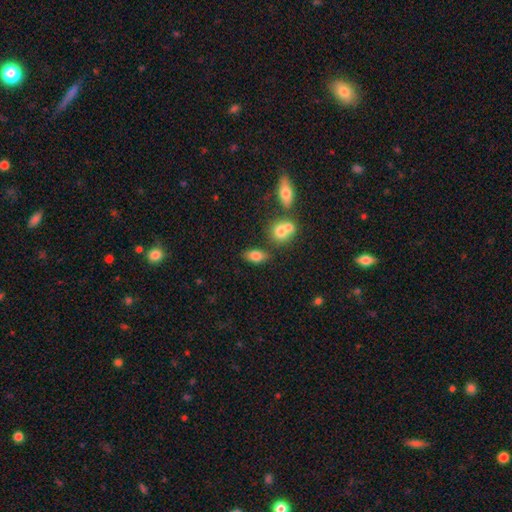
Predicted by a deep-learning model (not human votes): smooth-or-featured: smooth: 81% | featured or disk: 10% | star or artifact: 9%
  how-rounded: in between: 86% | round: 9% | cigar-shaped: 4%
  merging: none: 69% | minor disturbance: 14% | merger: 13% | major disturbance: 4%